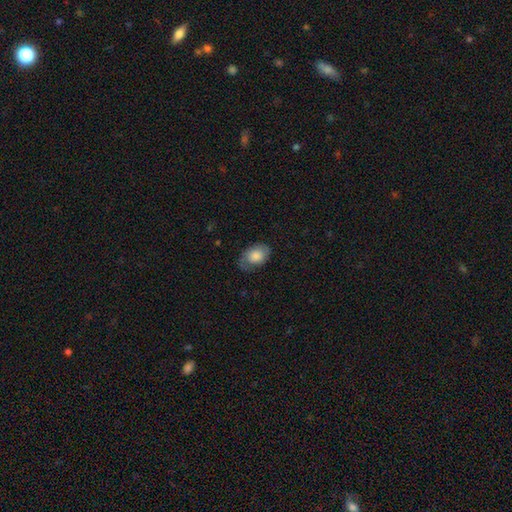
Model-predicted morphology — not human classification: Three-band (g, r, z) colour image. It shows a smooth galaxy with no disk features (76%) that is in between round and cigar-shaped (85%). Merging: none (58%).